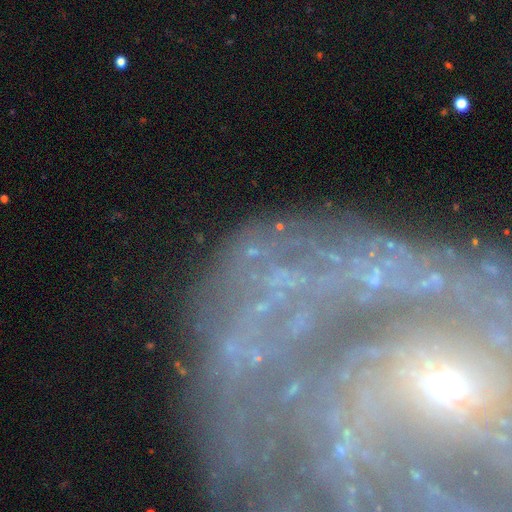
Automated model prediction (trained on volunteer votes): Smooth or featured? featured or disk (52%)
Edge-on disk? no (88%)
Merging? none (64%)